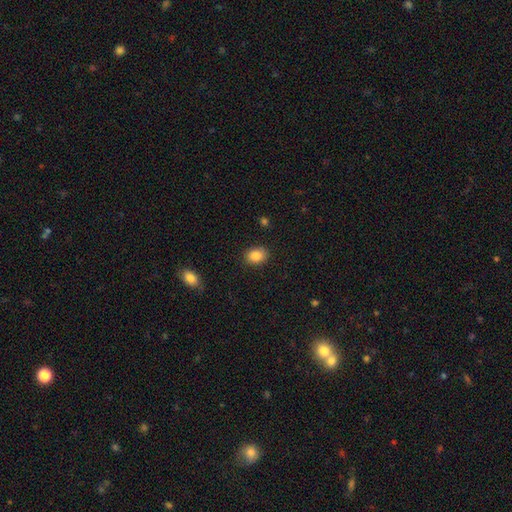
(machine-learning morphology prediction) smooth_or_featured: smooth (p=0.86) [alt: star or artifact p=0.09]
how_rounded: in between (p=0.67) [alt: round p=0.32]
merging: none (p=0.86) [alt: minor disturbance p=0.10]